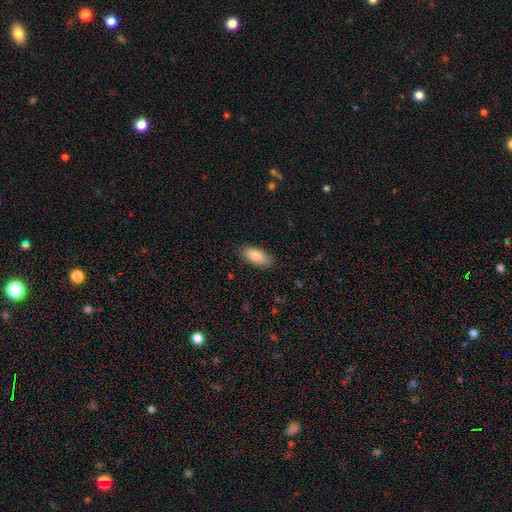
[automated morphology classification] A smooth galaxy with no disk features (87%) that is in between round and cigar-shaped (86%). Merging: none (84%).